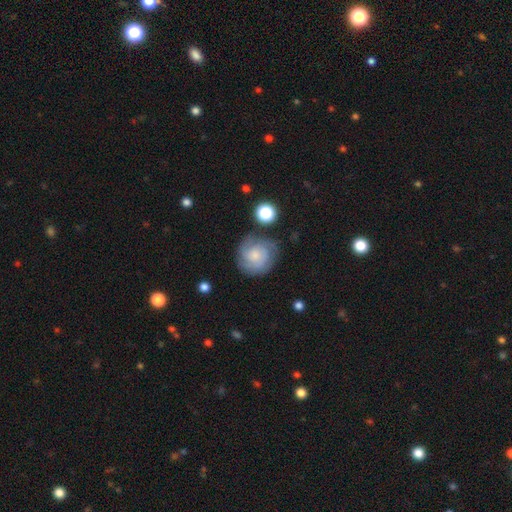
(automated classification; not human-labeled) The model was most divided on "bulge size": small: 44%, moderate: 33%, none: 14%, large: 7%, dominant: 2%. More confident: edge-on disk — no (98%); spiral arms — yes (88%); bar — no (76%); merging — none (70%); smooth or featured — featured or disk (54%).